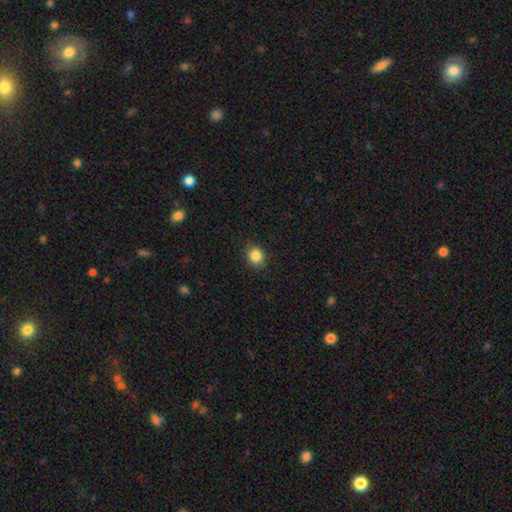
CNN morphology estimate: Smooth or featured? Predicted: smooth (p=0.86). How rounded? Predicted: round (p=0.67). Merging? Predicted: none (p=0.88).